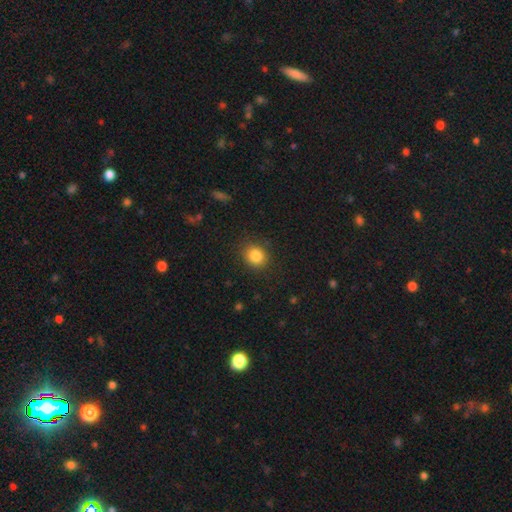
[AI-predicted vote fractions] smooth 84%, star or artifact 10%, featured or disk 5%. Down the decision tree: how rounded — round (77%); merging — none (86%).